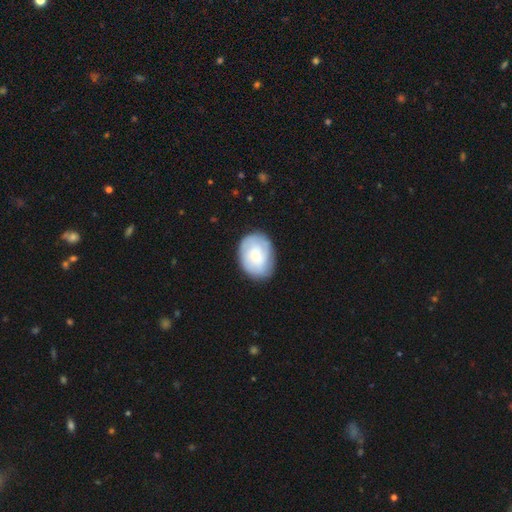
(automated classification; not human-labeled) Smooth or featured?
  - smooth: 61% *
  - featured or disk: 33%
  - star or artifact: 6%
How rounded?
  - in between: 65% *
  - round: 34%
  - cigar-shaped: 1%
Merging?
  - none: 77% *
  - minor disturbance: 17%
  - major disturbance: 5%
  - merger: 1%